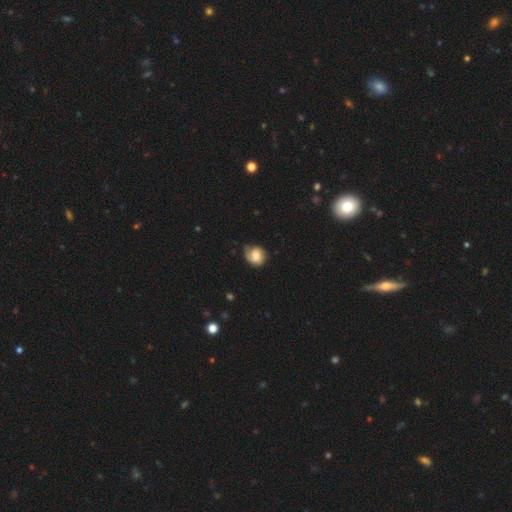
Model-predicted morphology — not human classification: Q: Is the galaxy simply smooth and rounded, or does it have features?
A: smooth — 55%.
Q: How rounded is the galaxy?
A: round — 71%.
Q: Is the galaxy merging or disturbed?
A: none — 57%.